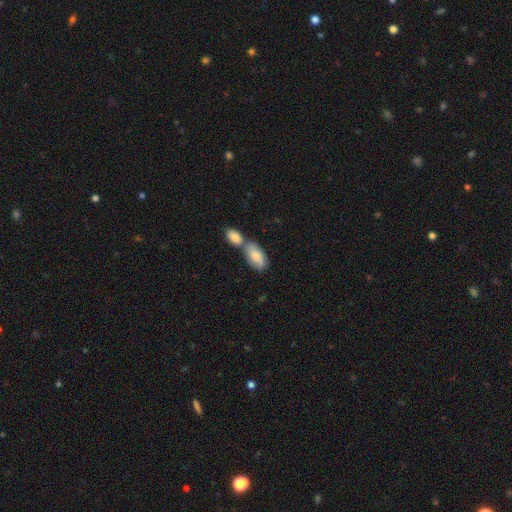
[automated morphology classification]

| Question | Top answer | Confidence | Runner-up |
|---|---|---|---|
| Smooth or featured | smooth | 70% | featured or disk (24%) |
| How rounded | in between | 91% | round (5%) |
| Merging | merger | 50% | none (32%) |